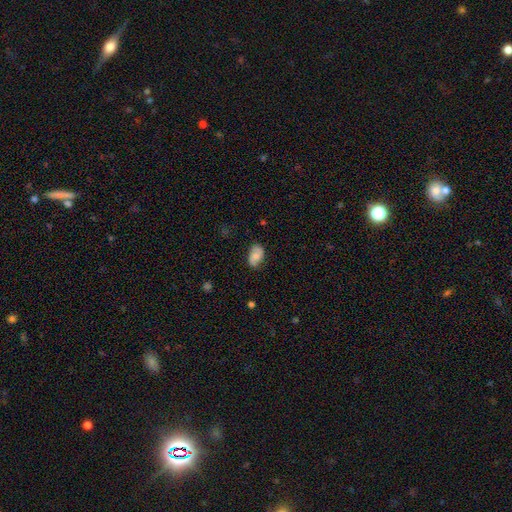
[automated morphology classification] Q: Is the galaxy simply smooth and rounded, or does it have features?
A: smooth — 51%.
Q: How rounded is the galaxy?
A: in between — 87%.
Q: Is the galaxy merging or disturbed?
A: none — 76%.